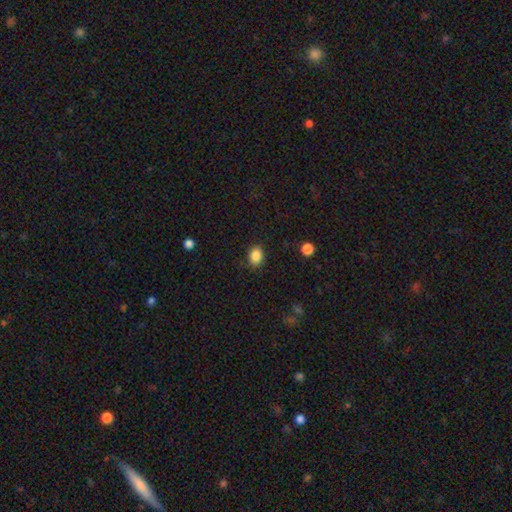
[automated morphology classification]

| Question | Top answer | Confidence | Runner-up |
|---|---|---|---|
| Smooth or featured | smooth | 87% | star or artifact (9%) |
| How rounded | in between | 65% | round (34%) |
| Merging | none | 86% | minor disturbance (10%) |